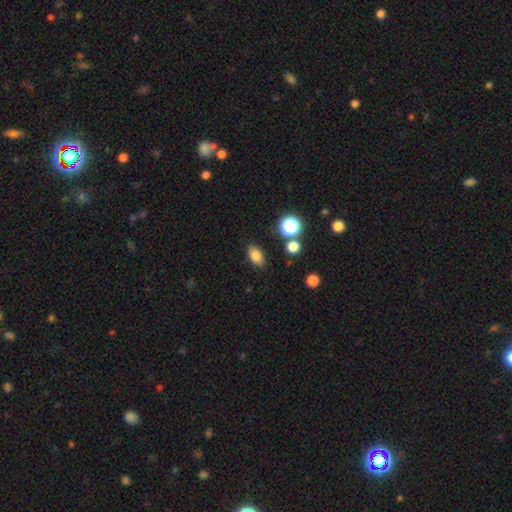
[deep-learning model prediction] A smooth galaxy with no disk features (81%) that is in between round and cigar-shaped (86%).

Vote fractions:
- Smooth or featured? smooth: 81% / star or artifact: 12% / featured or disk: 8%
- How rounded? in between: 86% / round: 11% / cigar-shaped: 4%
- Merging? none: 85% / minor disturbance: 9% / merger: 3% / major disturbance: 3%